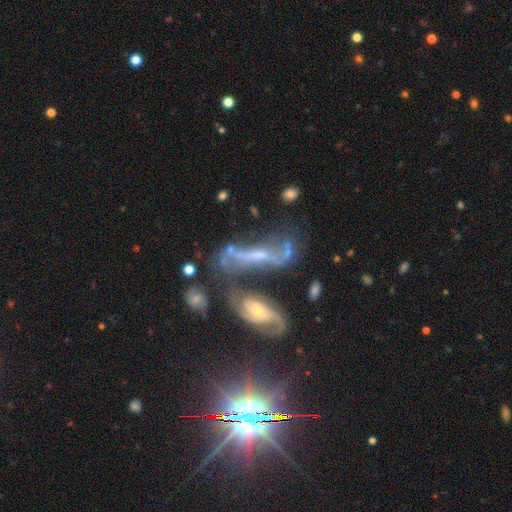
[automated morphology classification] featured or disk 67%, star or artifact 17%, smooth 16%. Down the decision tree: edge-on disk — no (73%); merging — merger (37%).